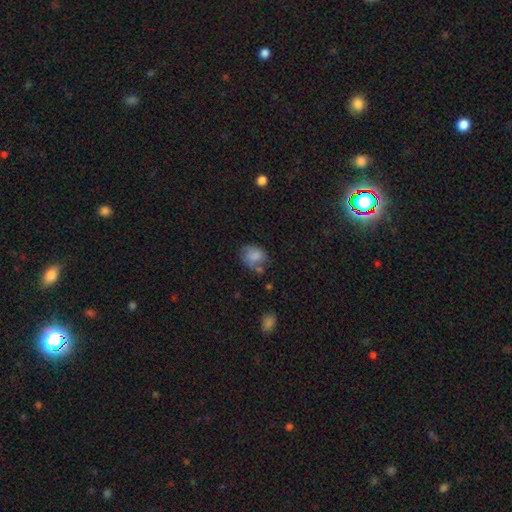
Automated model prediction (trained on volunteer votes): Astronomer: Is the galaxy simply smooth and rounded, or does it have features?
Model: smooth — 75%.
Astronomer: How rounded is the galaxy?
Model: in between — 58% (runner-up: round, 41%).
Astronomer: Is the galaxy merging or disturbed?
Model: none — 49% (runner-up: minor disturbance, 28%).